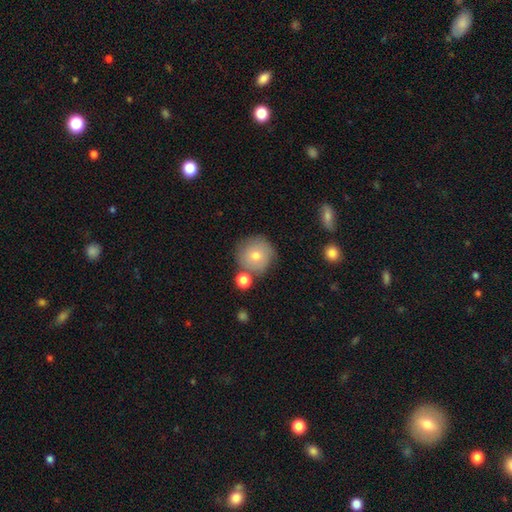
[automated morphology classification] This is likely a smooth galaxy (70%). How rounded: clearly round (94%). Merging: likely none (74%).